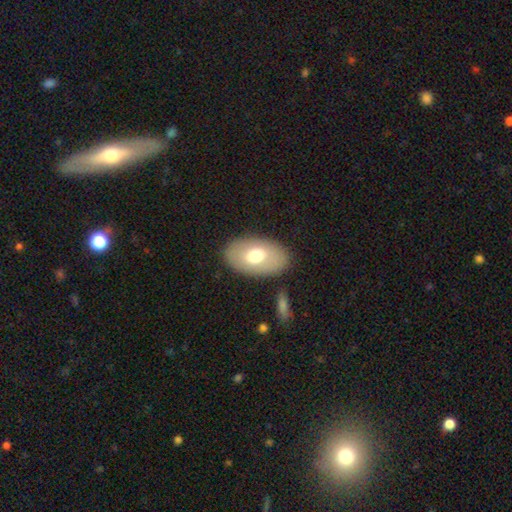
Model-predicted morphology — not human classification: smooth_or_featured: smooth (p=0.66) [alt: featured or disk p=0.27]
how_rounded: in between (p=0.91) [alt: round p=0.08]
merging: none (p=0.84) [alt: minor disturbance p=0.10]